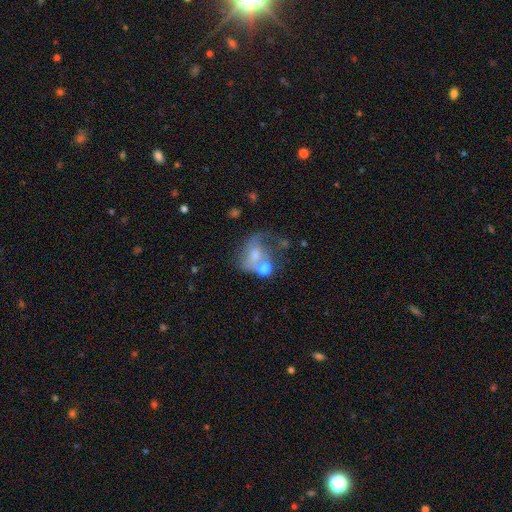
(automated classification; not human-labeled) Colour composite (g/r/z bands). It shows a smooth galaxy with no disk features (46%). Merging: merger (35%).